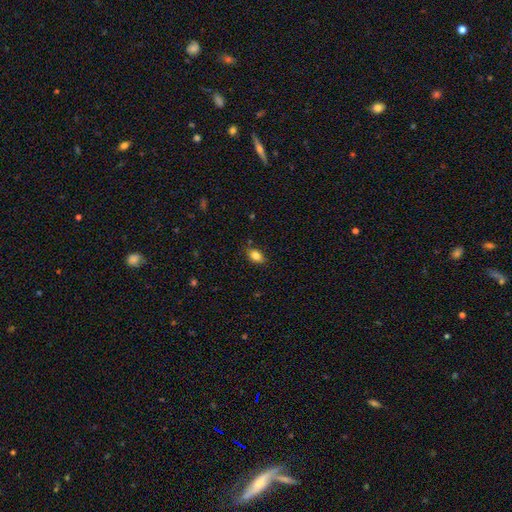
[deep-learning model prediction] Smooth or featured?
  - smooth: 83% *
  - star or artifact: 9%
  - featured or disk: 8%
How rounded?
  - in between: 86% *
  - round: 12%
  - cigar-shaped: 3%
Merging?
  - none: 82% *
  - minor disturbance: 13%
  - major disturbance: 3%
  - merger: 2%